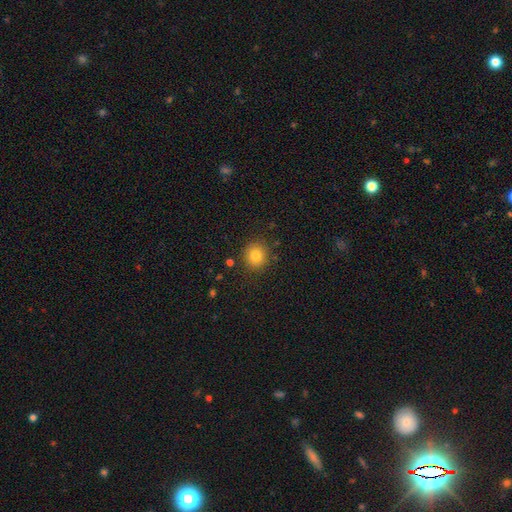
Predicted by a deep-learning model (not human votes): A smooth galaxy with no disk features (82%) that is round (88%). Merging: none (87%).